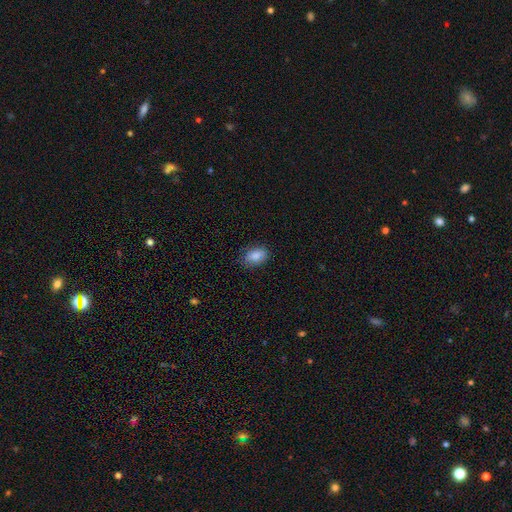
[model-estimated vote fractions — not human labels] Smooth or featured? smooth (88%)
How rounded? in between (89%)
Merging? none (79%)